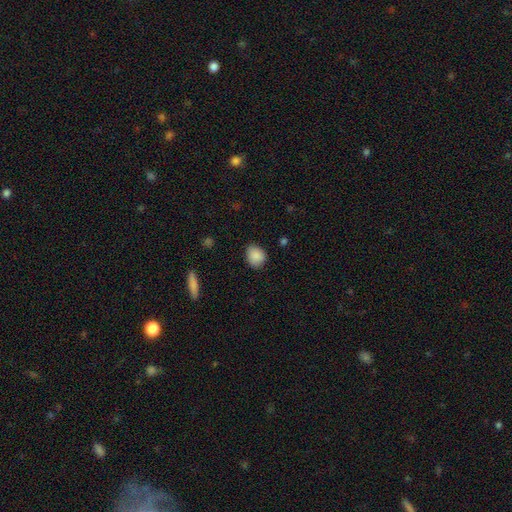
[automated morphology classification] Smooth or featured: smooth — 88% (star or artifact — 8%)
How rounded: round — 53% (in between — 45%)
Merging: none — 80% (minor disturbance — 16%)